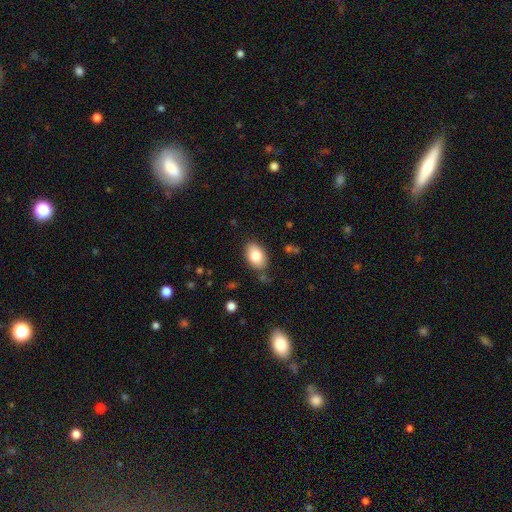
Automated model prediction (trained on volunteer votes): This is clearly a smooth galaxy (82%). How rounded: clearly in between (89%). Merging: clearly none (81%).